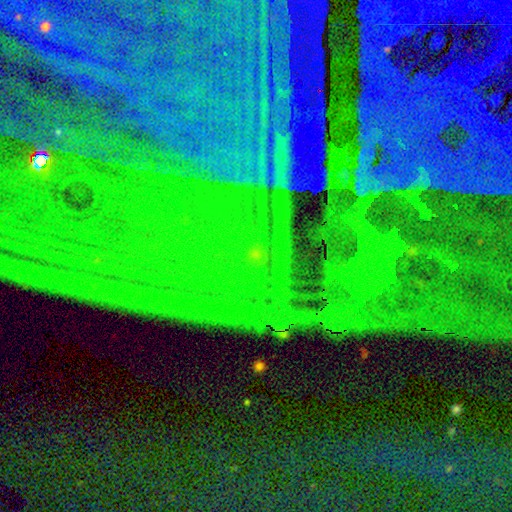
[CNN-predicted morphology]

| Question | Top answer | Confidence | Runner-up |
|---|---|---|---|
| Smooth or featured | star or artifact | 88% | featured or disk (7%) |